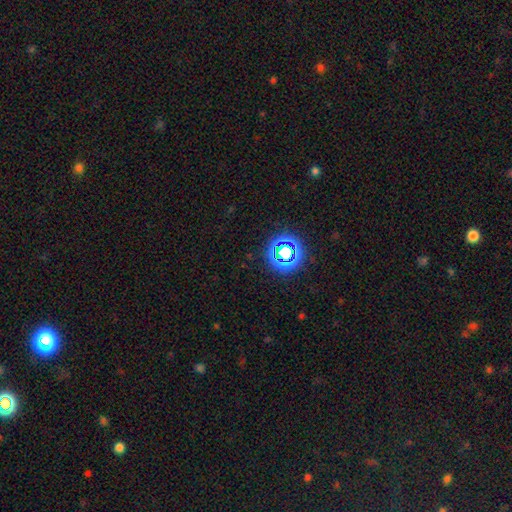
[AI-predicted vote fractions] Overall: star or artifact (75%).